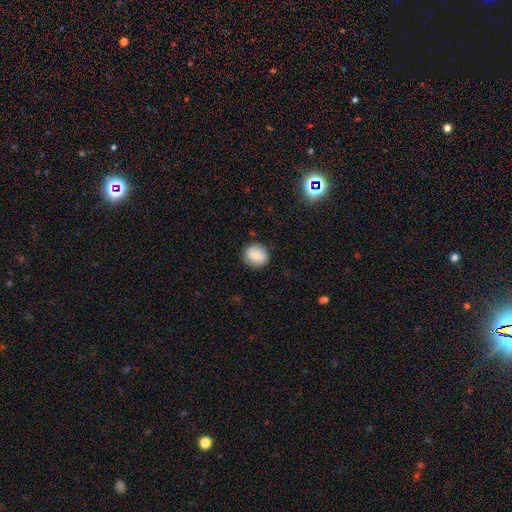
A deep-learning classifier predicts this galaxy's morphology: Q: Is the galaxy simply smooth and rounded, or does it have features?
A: smooth — 78%.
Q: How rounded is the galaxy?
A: round — 84%.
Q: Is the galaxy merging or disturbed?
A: none — 86%.